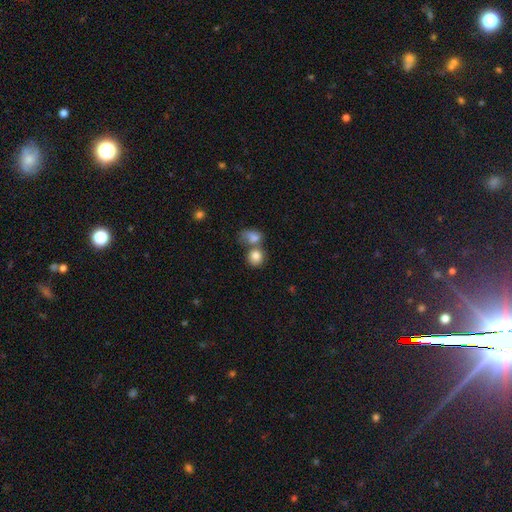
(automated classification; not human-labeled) This appears to be a smooth galaxy with no disk features (82%) that is round (76%). Merging: merger (46%).